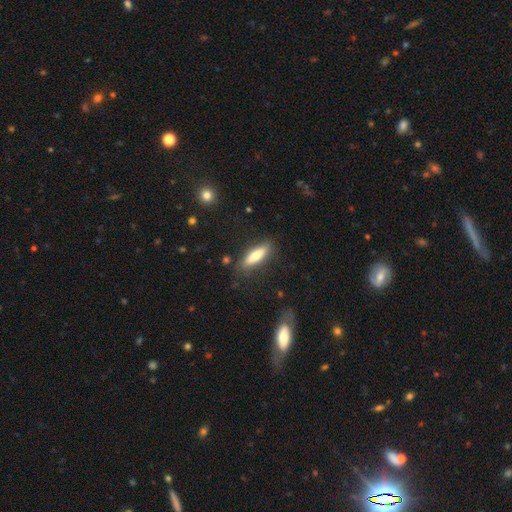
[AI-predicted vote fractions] Smooth or featured? smooth (72%)
How rounded? cigar-shaped (59%)
Merging? none (80%)